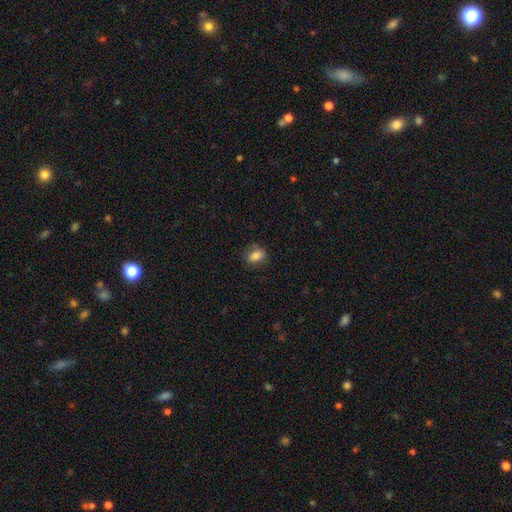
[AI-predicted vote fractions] The model was most divided on "how rounded": in between: 72%, round: 26%, cigar-shaped: 2%. More confident: smooth or featured — smooth (85%); merging — none (80%).